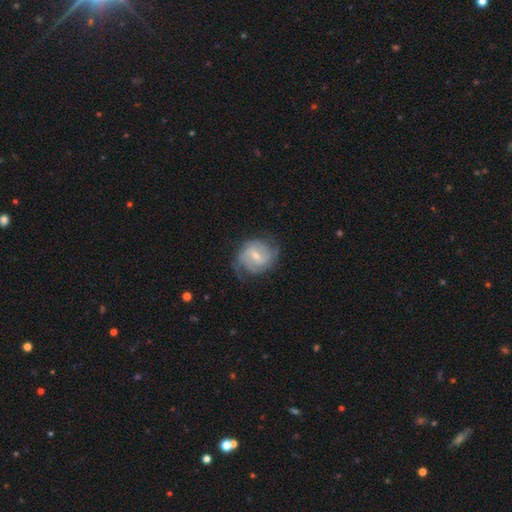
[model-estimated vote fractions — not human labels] Morphology: type=featured or disk (69%); edge-on=no (97%); bar=weak (61%); spiral arms=yes (89%); winding=medium (41%); arm count=2 (48%); bulge=moderate (48%); merging=none (60%).